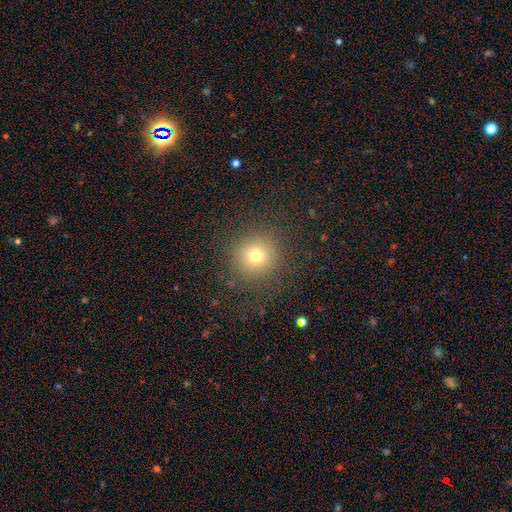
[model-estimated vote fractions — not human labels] Smooth or featured? smooth (72%)
How rounded? round (94%)
Merging? none (86%)